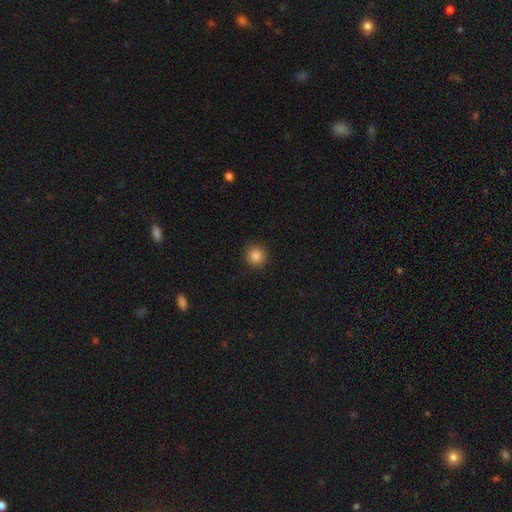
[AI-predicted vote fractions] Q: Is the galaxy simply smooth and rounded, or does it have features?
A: smooth — 85%.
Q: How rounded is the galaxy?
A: round — 92%.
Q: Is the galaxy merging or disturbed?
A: none — 92%.